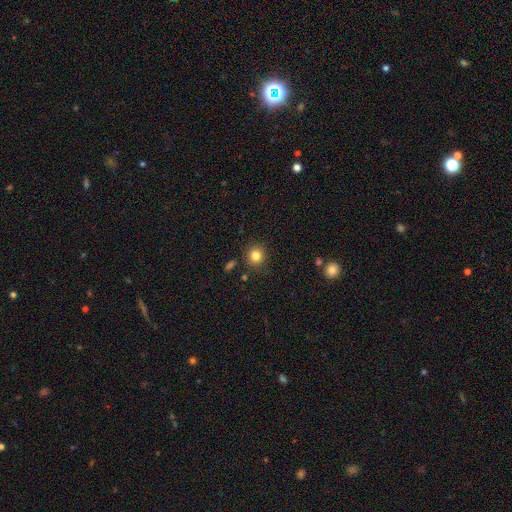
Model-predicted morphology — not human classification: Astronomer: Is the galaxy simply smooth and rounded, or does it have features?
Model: smooth — 83%.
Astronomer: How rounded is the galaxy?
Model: round — 88%.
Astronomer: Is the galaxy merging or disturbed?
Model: none — 87%.